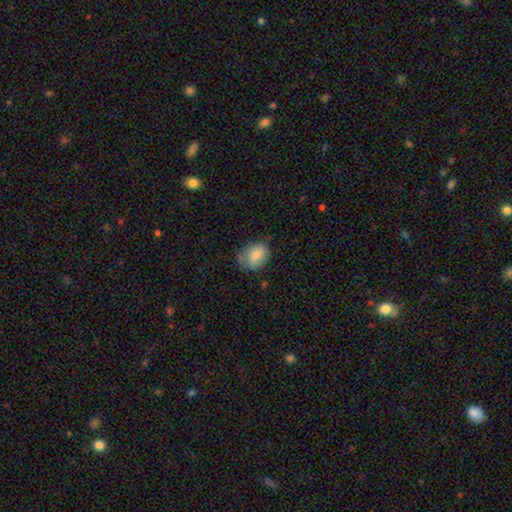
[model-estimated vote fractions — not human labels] Q: Smooth or featured?
A: smooth (82%); runner-up: featured or disk (11%)
Q: How rounded?
A: in between (60%); runner-up: round (39%)
Q: Merging?
A: none (59%); runner-up: minor disturbance (31%)